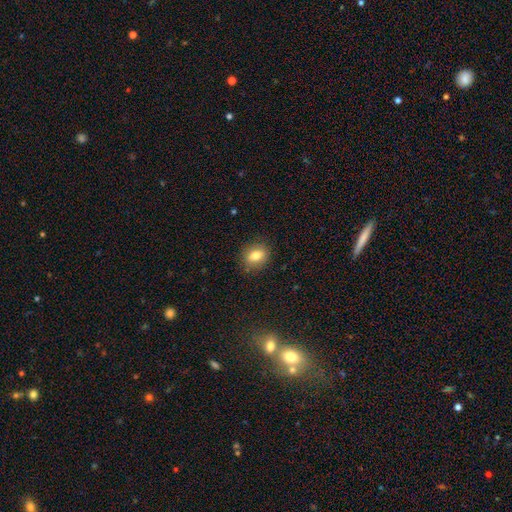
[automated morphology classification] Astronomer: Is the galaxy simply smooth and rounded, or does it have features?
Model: smooth — 80%.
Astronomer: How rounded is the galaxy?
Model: in between — 53% (runner-up: round, 45%).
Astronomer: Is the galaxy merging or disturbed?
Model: none — 85%.